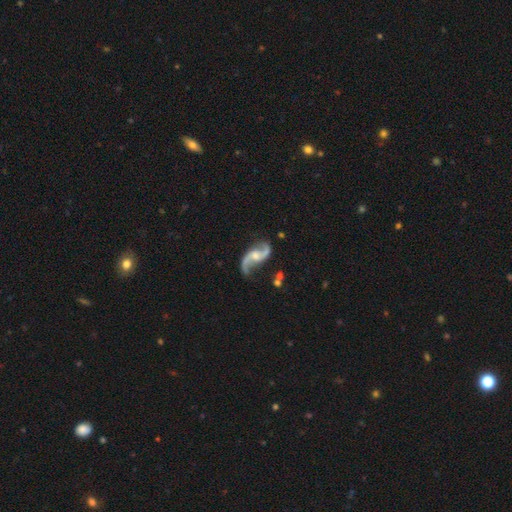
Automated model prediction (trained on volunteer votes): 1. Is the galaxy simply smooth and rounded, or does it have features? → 92% featured or disk, 4% smooth, 4% star or artifact.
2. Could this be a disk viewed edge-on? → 98% no, 2% yes.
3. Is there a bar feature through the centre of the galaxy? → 50% no, 39% weak, 11% strong.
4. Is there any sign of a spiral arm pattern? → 97% yes, 3% no.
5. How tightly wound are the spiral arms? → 76% loose, 20% medium, 4% tight.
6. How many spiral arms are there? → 94% 2, 2% 1, 1% can't tell, 1% 3, 1% 4, 1% more than 4.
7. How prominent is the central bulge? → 47% moderate, 35% small, 11% none, 5% large, 1% dominant.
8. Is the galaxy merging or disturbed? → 74% none, 15% minor disturbance, 7% major disturbance, 4% merger.